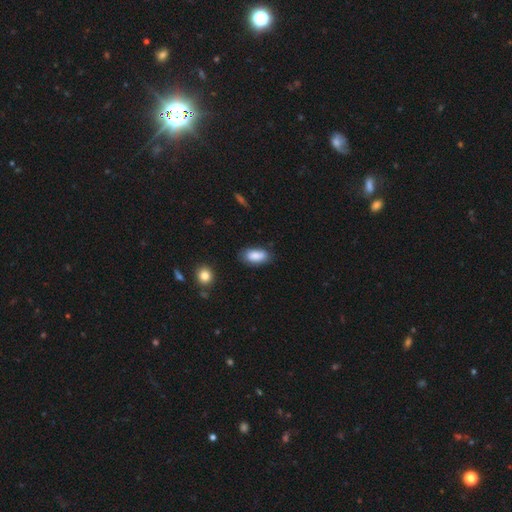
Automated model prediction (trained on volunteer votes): A smooth galaxy with no disk features (85%) that is in between round and cigar-shaped (90%).

Vote fractions:
- Smooth or featured? smooth: 85% / featured or disk: 8% / star or artifact: 8%
- How rounded? in between: 90% / cigar-shaped: 6% / round: 4%
- Merging? none: 69% / minor disturbance: 23% / major disturbance: 5% / merger: 3%